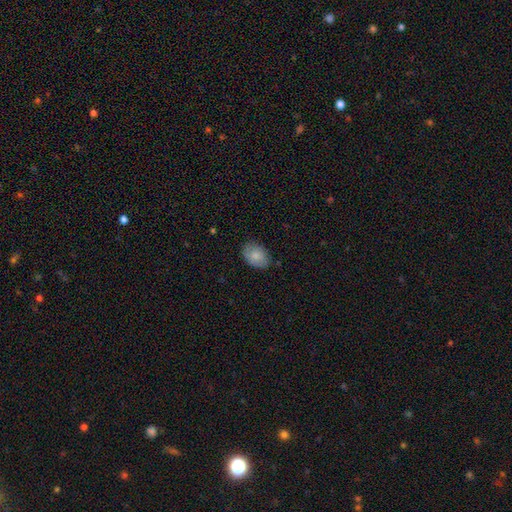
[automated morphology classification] smooth_or_featured: smooth (p=0.80) [alt: featured or disk p=0.13]
how_rounded: in between (p=0.81) [alt: round p=0.18]
merging: none (p=0.78) [alt: minor disturbance p=0.17]